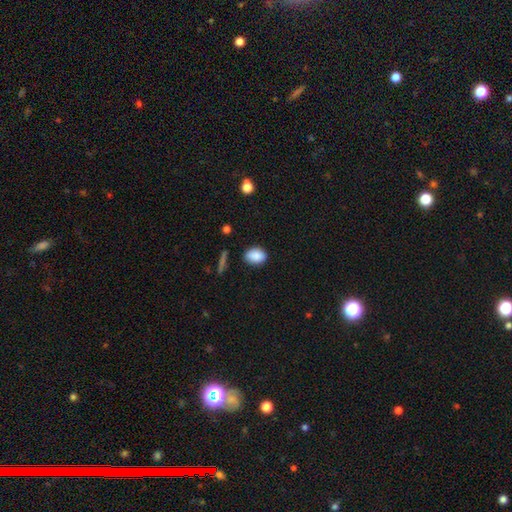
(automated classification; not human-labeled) Smooth or featured? Predicted: smooth (p=0.87). How rounded? Predicted: in between (p=0.75). Merging? Predicted: none (p=0.84).